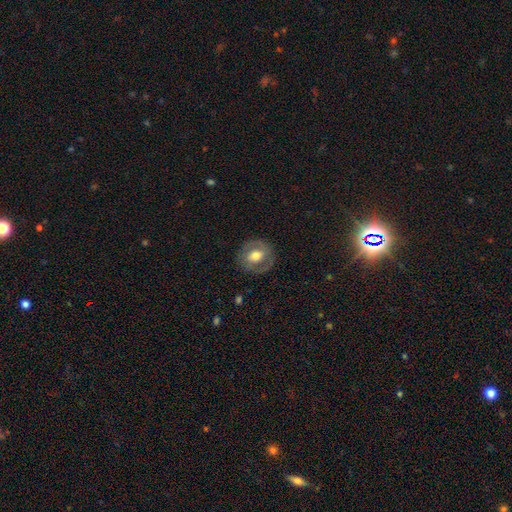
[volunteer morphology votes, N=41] type=smooth (51%); roundness=round (76%); merging=none (71%).